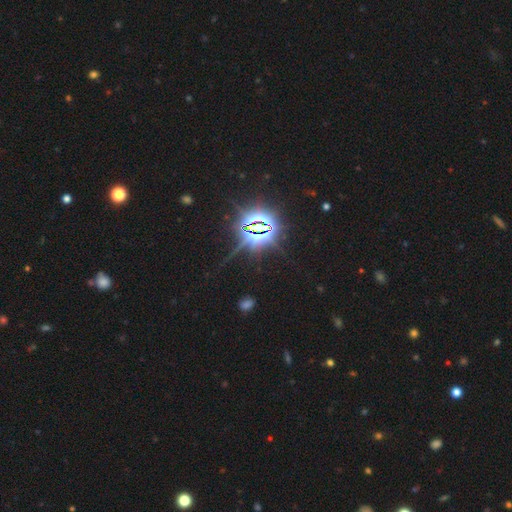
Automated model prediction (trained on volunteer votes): The model was most divided on "smooth or featured": star or artifact: 85%, smooth: 9%, featured or disk: 7%.